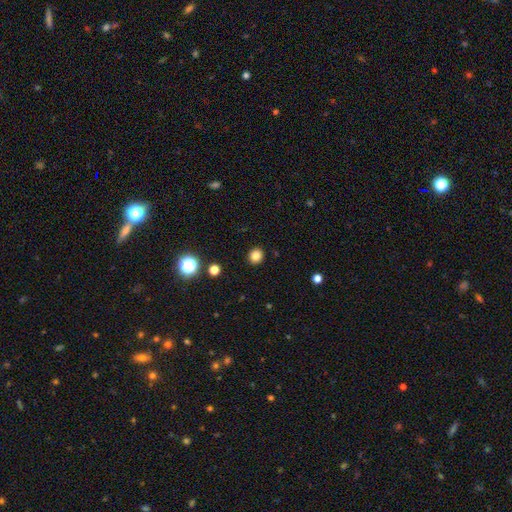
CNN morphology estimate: The model was most divided on "smooth or featured": smooth: 82%, star or artifact: 13%, featured or disk: 5%. More confident: merging — none (92%); how rounded — round (88%).